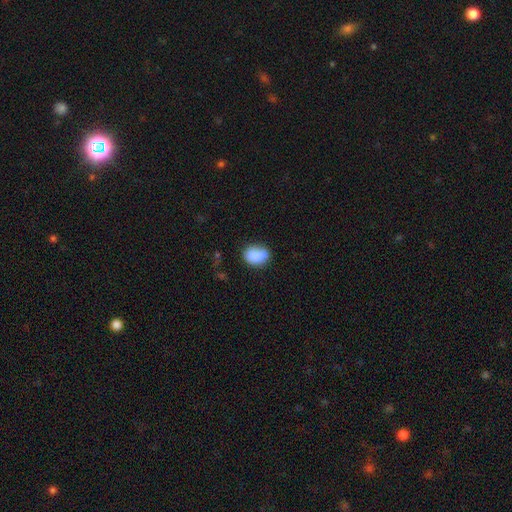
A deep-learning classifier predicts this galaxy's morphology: Smooth or featured?
  - smooth: 86% *
  - star or artifact: 8%
  - featured or disk: 6%
How rounded?
  - in between: 72% *
  - round: 27%
  - cigar-shaped: 1%
Merging?
  - none: 66% *
  - minor disturbance: 23%
  - merger: 6%
  - major disturbance: 5%